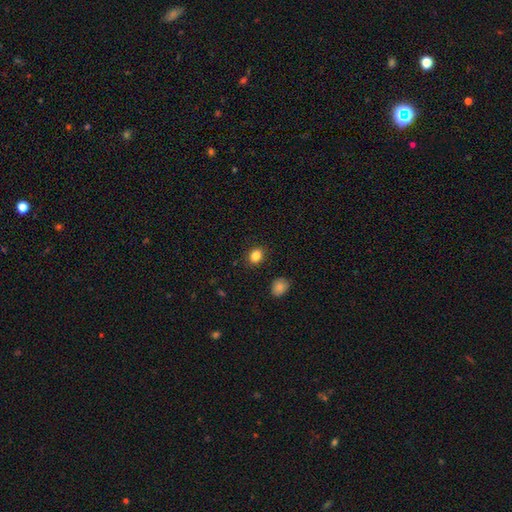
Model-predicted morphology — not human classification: Overall: smooth (85%). How rounded: round (55%; in between 44%). Merging: none (89%).